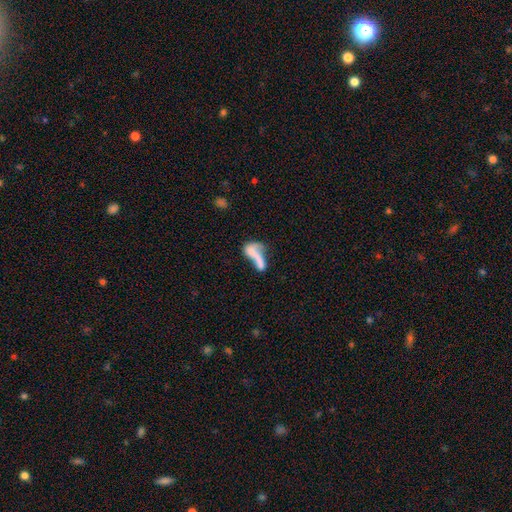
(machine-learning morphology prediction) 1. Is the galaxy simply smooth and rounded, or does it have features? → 52% smooth, 37% featured or disk, 11% star or artifact.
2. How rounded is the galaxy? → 57% in between, 37% cigar-shaped, 6% round.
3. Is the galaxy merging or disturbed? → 51% merger, 22% major disturbance, 17% none, 10% minor disturbance.